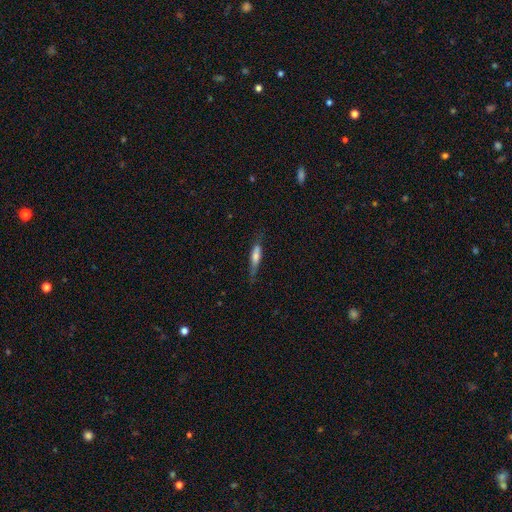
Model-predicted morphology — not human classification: smooth_or_featured: smooth (p=0.58) [alt: featured or disk p=0.35]
how_rounded: cigar-shaped (p=0.80) [alt: in between p=0.19]
merging: none (p=0.63) [alt: minor disturbance p=0.26]